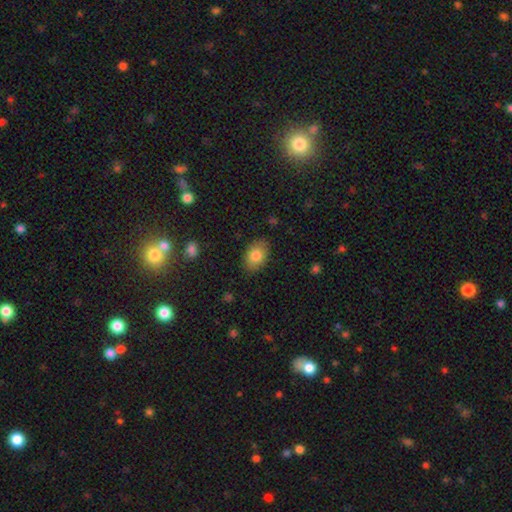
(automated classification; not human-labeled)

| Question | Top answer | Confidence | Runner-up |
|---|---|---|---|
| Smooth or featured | smooth | 81% | featured or disk (11%) |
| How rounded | in between | 82% | round (17%) |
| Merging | none | 85% | minor disturbance (12%) |